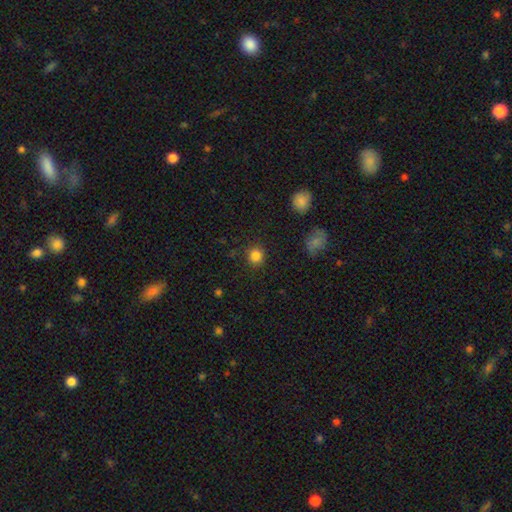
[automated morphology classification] Smooth or featured: smooth — 84% (star or artifact — 12%)
How rounded: round — 89% (in between — 10%)
Merging: none — 88% (minor disturbance — 8%)